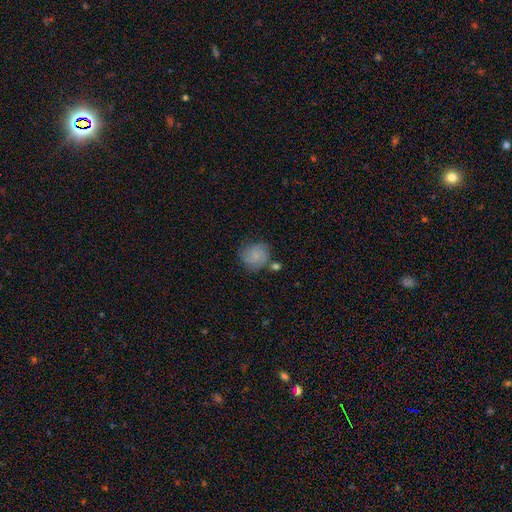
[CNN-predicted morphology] Overall: smooth (73%). How rounded: round (84%). Merging: none (66%).